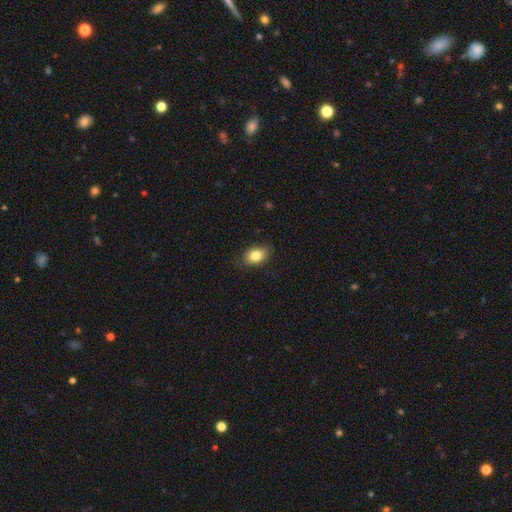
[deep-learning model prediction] This is clearly a smooth galaxy (83%). How rounded: likely in between (80%). Merging: clearly none (83%).